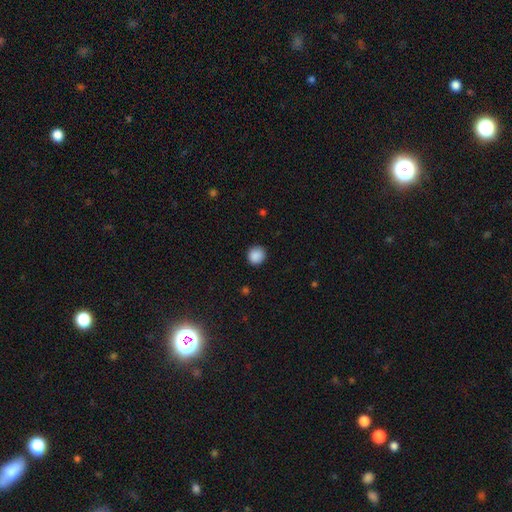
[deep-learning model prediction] Overall: smooth (89%). How rounded: round (91%). Merging: none (90%).